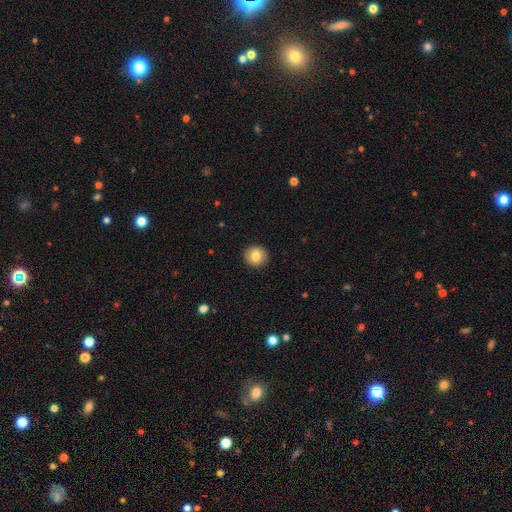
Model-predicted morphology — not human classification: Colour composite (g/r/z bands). It shows a smooth galaxy with no disk features (82%) that is round (92%). Merging: none (92%).